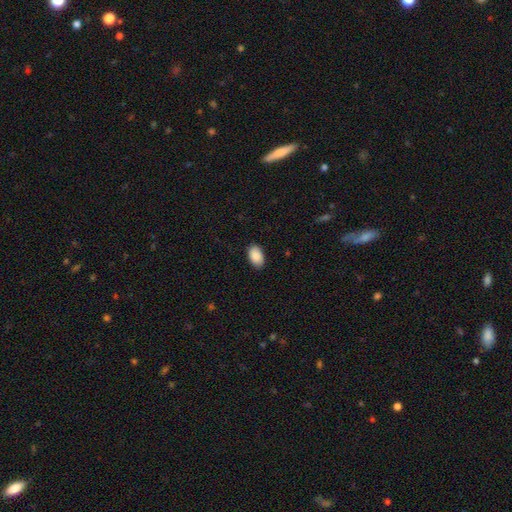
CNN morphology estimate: Smooth or featured: smooth — 90% (star or artifact — 6%)
How rounded: in between — 93% (round — 6%)
Merging: none — 86% (minor disturbance — 11%)